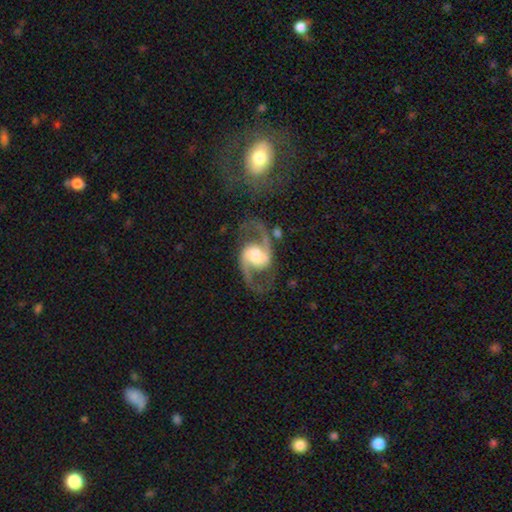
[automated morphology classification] smooth-or-featured: featured or disk: 92% | star or artifact: 4% | smooth: 4%
  disk-edge-on: no: 98% | yes: 2%
    bar: weak: 43% | no: 32% | strong: 25%
    has-spiral-arms: yes: 98% | no: 2%
      spiral-winding: medium: 51% | loose: 41% | tight: 8%
      spiral-arm-count: 2: 94% | can't tell: 1% | 1: 1% | 3: 1% | 4: 1% | more than 4: 1%
    bulge-size: moderate: 39% | large: 35% | small: 15% | none: 6% | dominant: 5%
  merging: none: 76% | minor disturbance: 13% | major disturbance: 8% | merger: 3%